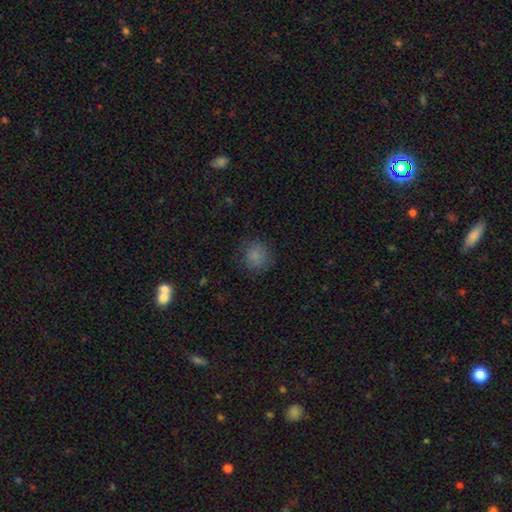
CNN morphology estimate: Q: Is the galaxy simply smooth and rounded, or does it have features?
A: smooth — 82%.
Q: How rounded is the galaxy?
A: round — 88%.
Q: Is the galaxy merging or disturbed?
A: none — 79%.